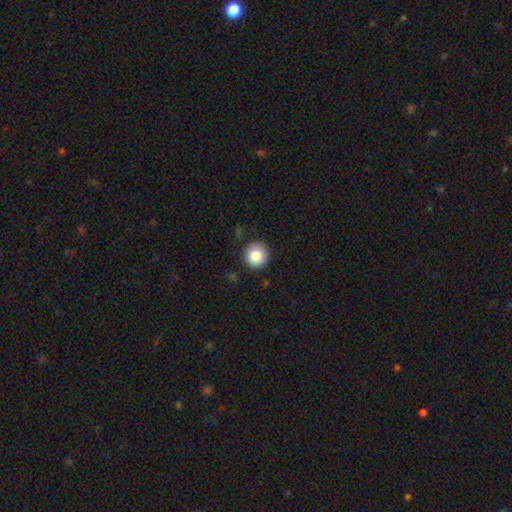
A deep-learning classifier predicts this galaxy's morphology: Overall: smooth (85%). How rounded: round (94%). Merging: none (89%).